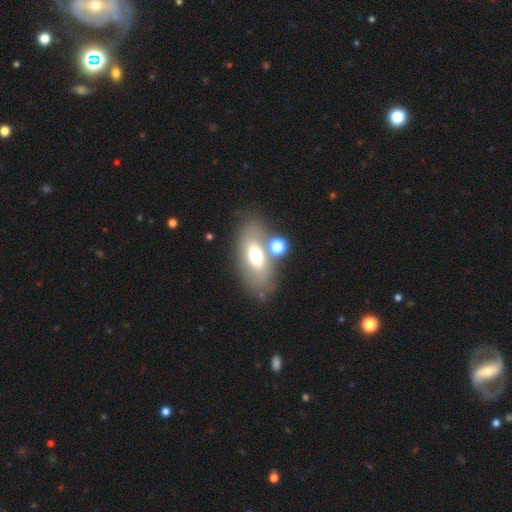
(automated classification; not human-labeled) Smooth or featured? Predicted: smooth (p=0.58). How rounded? Predicted: in between (p=0.86). Merging? Predicted: none (p=0.63).